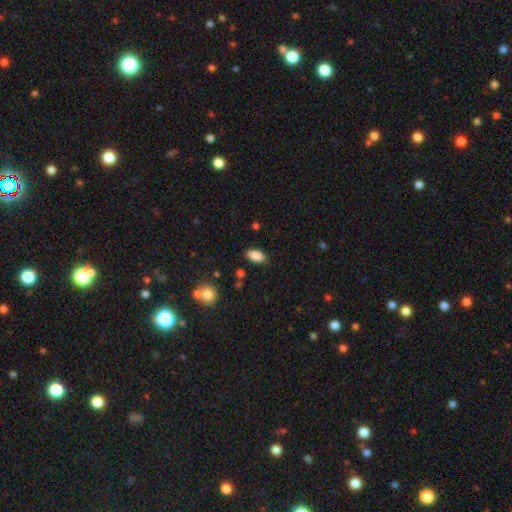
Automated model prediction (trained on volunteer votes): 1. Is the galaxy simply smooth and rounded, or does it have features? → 87% smooth, 8% star or artifact, 5% featured or disk.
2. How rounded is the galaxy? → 92% in between, 4% cigar-shaped, 4% round.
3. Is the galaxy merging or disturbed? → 86% none, 10% minor disturbance, 2% major disturbance, 2% merger.